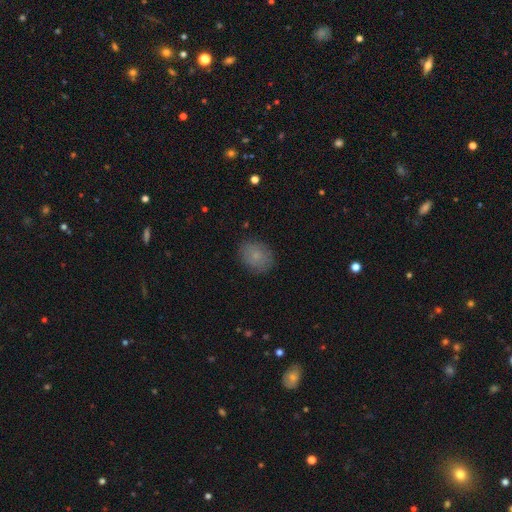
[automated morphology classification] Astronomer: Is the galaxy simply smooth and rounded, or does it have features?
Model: smooth — 79%.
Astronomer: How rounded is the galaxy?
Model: round — 51% (runner-up: in between, 48%).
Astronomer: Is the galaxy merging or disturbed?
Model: none — 83%.